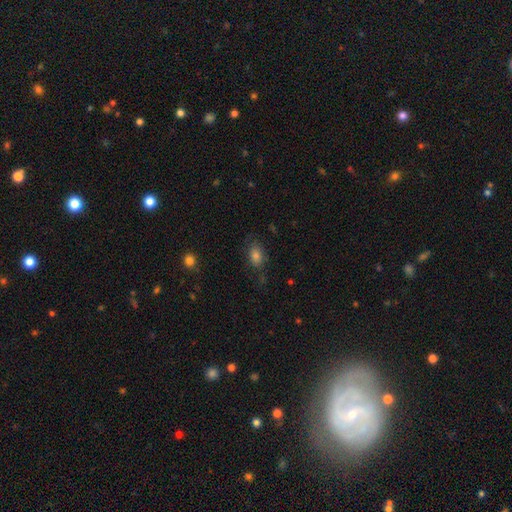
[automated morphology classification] Smooth or featured?
  - smooth: 80% *
  - star or artifact: 11%
  - featured or disk: 9%
How rounded?
  - in between: 84% *
  - round: 14%
  - cigar-shaped: 2%
Merging?
  - none: 69% *
  - minor disturbance: 20%
  - major disturbance: 8%
  - merger: 2%